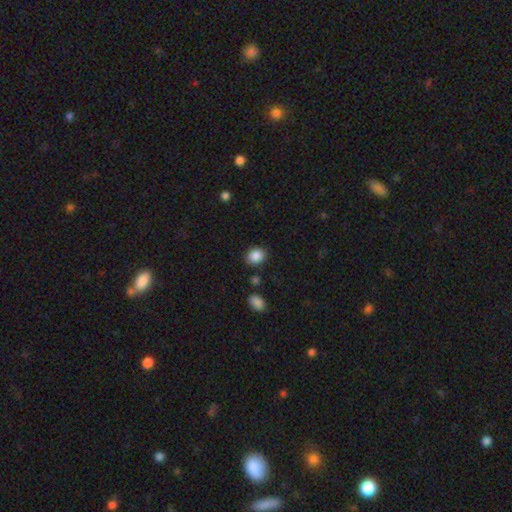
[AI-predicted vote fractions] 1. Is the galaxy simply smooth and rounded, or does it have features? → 87% smooth, 9% star or artifact, 4% featured or disk.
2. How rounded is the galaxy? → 55% round, 44% in between, 1% cigar-shaped.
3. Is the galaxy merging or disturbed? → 83% none, 11% minor disturbance, 3% merger, 3% major disturbance.